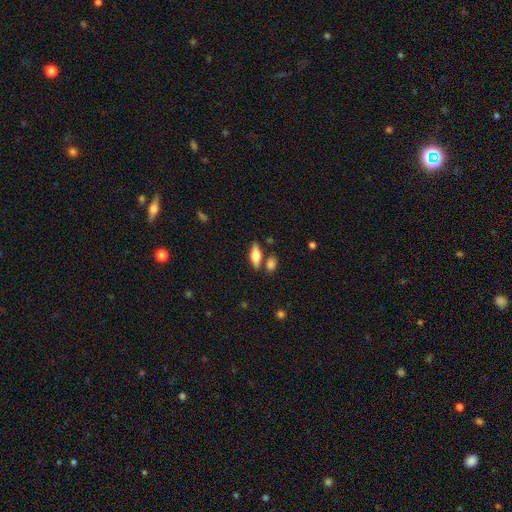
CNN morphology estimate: Smooth or featured? Predicted: smooth (p=0.63). How rounded? Predicted: in between (p=0.66). Merging? Predicted: none (p=0.74).